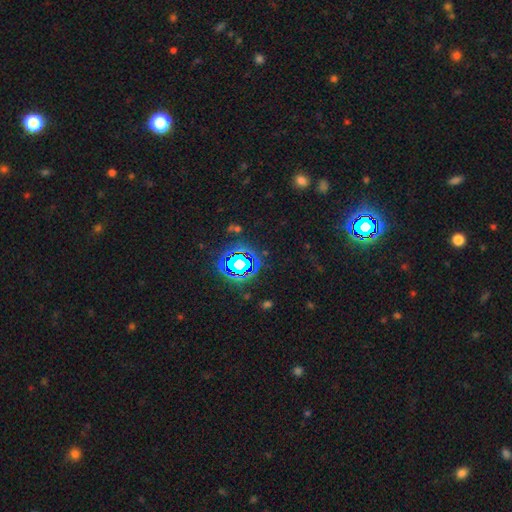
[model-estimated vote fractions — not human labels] Smooth or featured? star or artifact (78%)